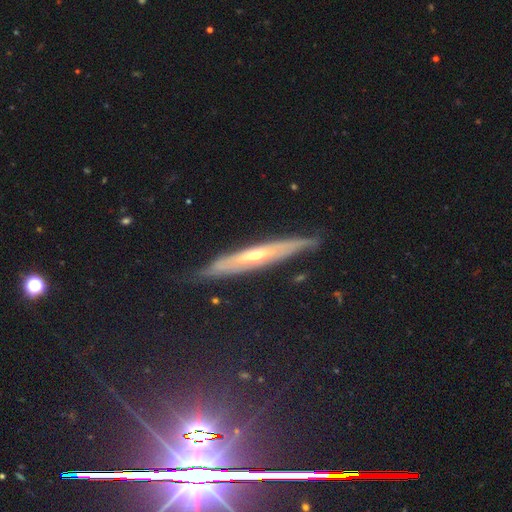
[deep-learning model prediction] Q: Smooth or featured?
A: featured or disk (74%); runner-up: smooth (19%)
Q: Edge-on disk?
A: yes (72%); runner-up: no (28%)
Q: Edge-on bulge?
A: rounded (70%); runner-up: none (25%)
Q: Merging?
A: none (77%); runner-up: minor disturbance (17%)